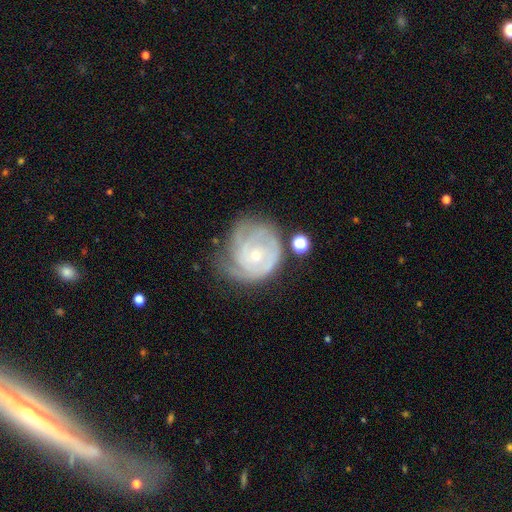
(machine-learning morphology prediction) smooth-or-featured: featured or disk: 78% | smooth: 16% | star or artifact: 7%
  disk-edge-on: no: 98% | yes: 2%
    bar: no: 79% | weak: 18% | strong: 3%
    has-spiral-arms: yes: 87% | no: 13%
      spiral-winding: tight: 67% | medium: 25% | loose: 8%
      spiral-arm-count: can't tell: 43% | 3: 21% | 2: 18% | 4: 8% | 1: 7% | more than 4: 4%
    bulge-size: small: 74% | moderate: 23% | none: 1% | large: 1% | dominant: 1%
  merging: none: 50% | minor disturbance: 27% | major disturbance: 18% | merger: 5%